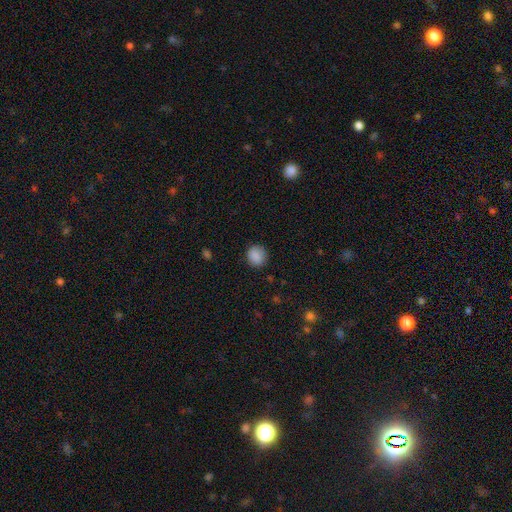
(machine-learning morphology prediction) This appears to be a smooth galaxy with no disk features (87%) that is round (82%). Merging: none (85%).